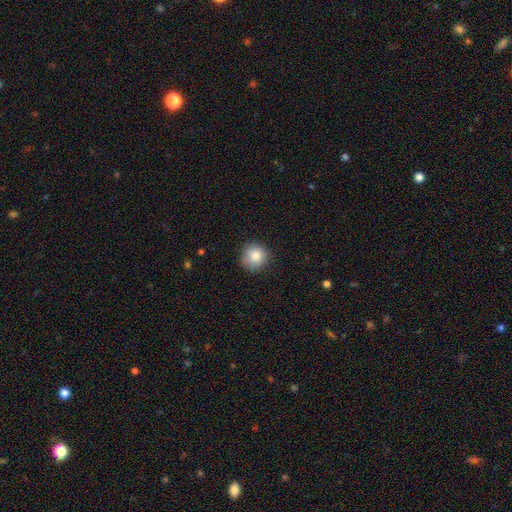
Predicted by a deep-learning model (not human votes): Smooth or featured? smooth (81%)
How rounded? round (93%)
Merging? none (84%)